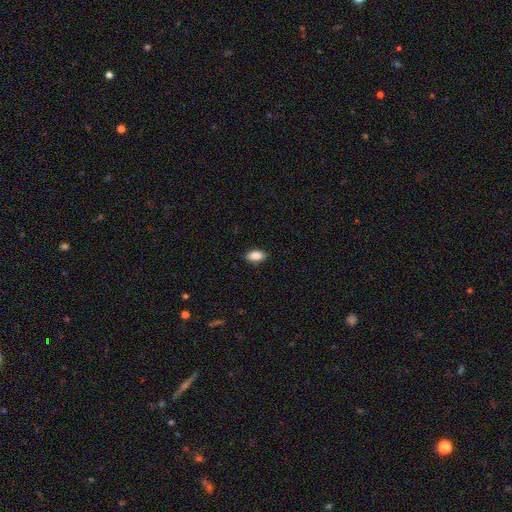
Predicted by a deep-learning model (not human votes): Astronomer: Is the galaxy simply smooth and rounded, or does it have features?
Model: smooth — 88%.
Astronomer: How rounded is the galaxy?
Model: in between — 91%.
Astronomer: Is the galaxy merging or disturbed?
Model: none — 87%.